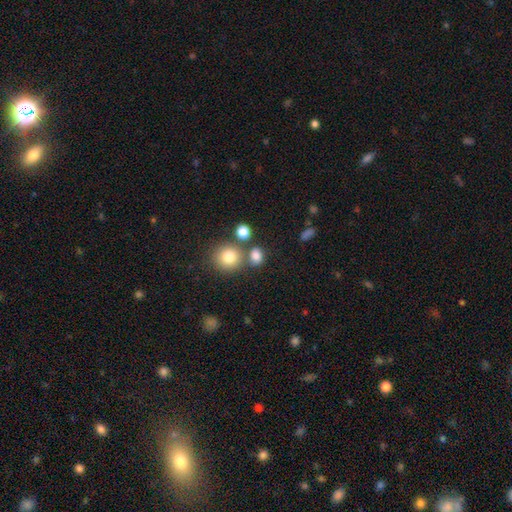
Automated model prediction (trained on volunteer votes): smooth_or_featured: smooth (p=0.79) [alt: star or artifact p=0.13]
how_rounded: round (p=0.54) [alt: in between p=0.44]
merging: none (p=0.63) [alt: merger p=0.21]